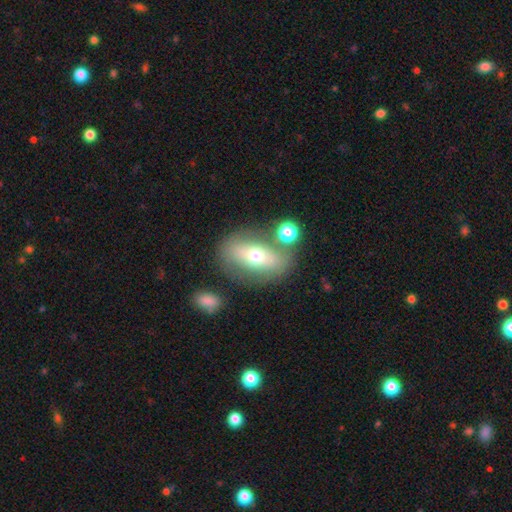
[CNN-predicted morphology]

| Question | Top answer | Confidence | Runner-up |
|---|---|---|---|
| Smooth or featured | smooth | 52% | featured or disk (38%) |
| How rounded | in between | 79% | round (14%) |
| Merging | none | 67% | minor disturbance (14%) |